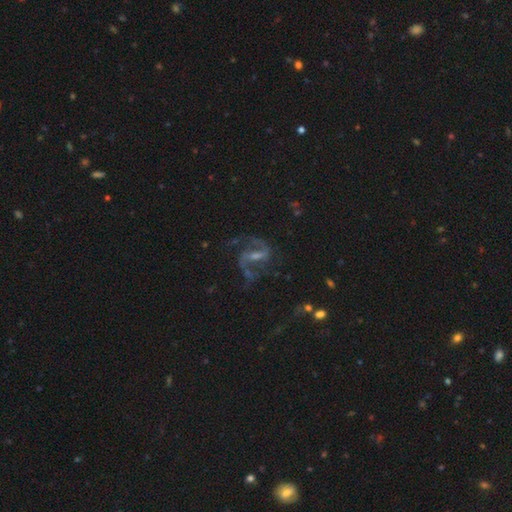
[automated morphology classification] featured or disk 86%, star or artifact 8%, smooth 6%. Down the decision tree: edge-on disk — no (97%); bar — weak (45%); spiral arms — yes (95%); spiral arm count — 2 (89%); spiral winding — medium (52%); bulge size — small (47%); merging — none (63%).